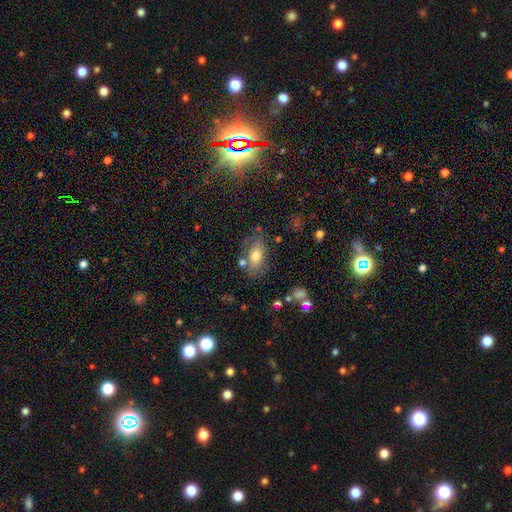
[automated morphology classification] type=smooth (71%); roundness=in between (87%); merging=none (68%).